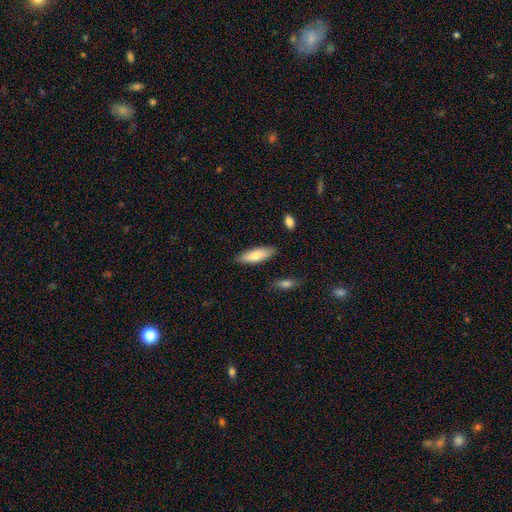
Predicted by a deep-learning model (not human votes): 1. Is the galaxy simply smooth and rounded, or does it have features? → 73% smooth, 21% featured or disk, 6% star or artifact.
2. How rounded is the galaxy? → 58% in between, 41% cigar-shaped, 2% round.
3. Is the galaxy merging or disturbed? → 84% none, 12% minor disturbance, 2% merger, 2% major disturbance.